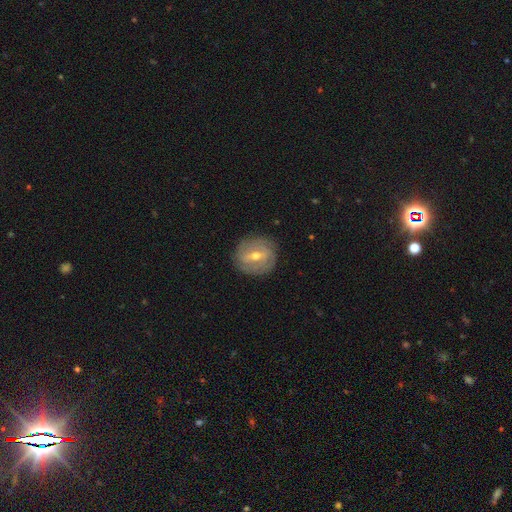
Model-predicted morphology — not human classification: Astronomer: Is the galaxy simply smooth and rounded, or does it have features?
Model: featured or disk — 71%.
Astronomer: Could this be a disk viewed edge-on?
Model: no — 93%.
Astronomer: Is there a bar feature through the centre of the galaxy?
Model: weak — 47% (runner-up: strong, 38%).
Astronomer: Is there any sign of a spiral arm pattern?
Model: yes — 71%.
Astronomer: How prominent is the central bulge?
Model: moderate — 61%.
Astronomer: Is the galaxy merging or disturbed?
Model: none — 83%.